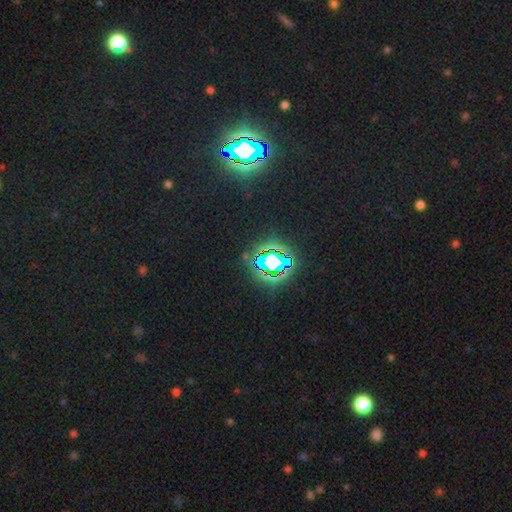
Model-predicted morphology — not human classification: This is clearly a star or artifact rather than a galaxy (82%).